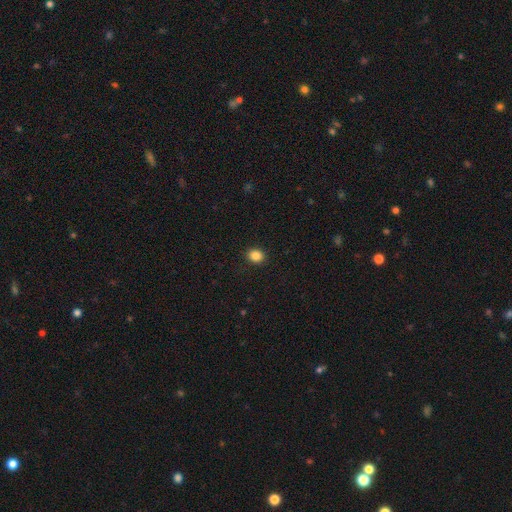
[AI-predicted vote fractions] smooth_or_featured: smooth (p=0.86) [alt: star or artifact p=0.10]
how_rounded: round (p=0.59) [alt: in between p=0.40]
merging: none (p=0.91) [alt: minor disturbance p=0.06]